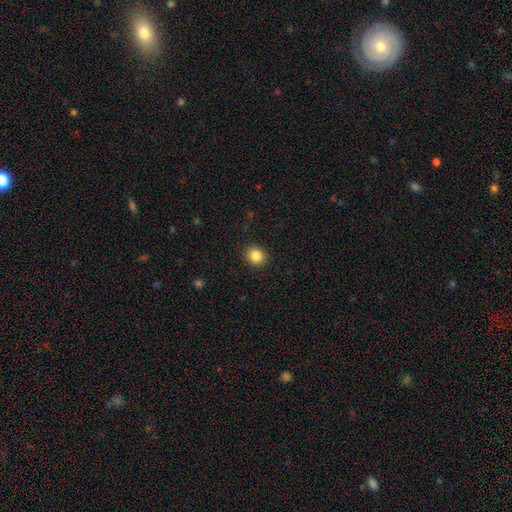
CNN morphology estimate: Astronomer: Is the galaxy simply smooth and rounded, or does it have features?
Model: smooth — 85%.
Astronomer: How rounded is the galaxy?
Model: round — 81%.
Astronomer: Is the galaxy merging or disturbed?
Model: none — 91%.